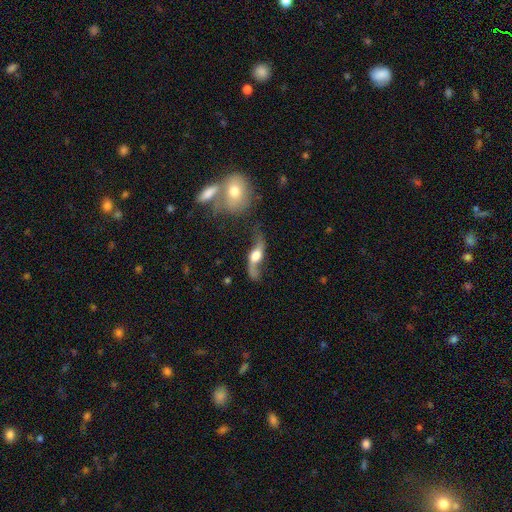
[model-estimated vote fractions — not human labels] This is likely a featured or disk galaxy (80%). It is likely not viewed edge-on (76%). Bar: possibly no (58%). Spiral arm pattern: clearly yes (92%). Spiral arm count: clearly 2 (93%). Spiral winding: clearly loose (88%). Central bulge: marginally large (44%). Merging: possibly none (60%).